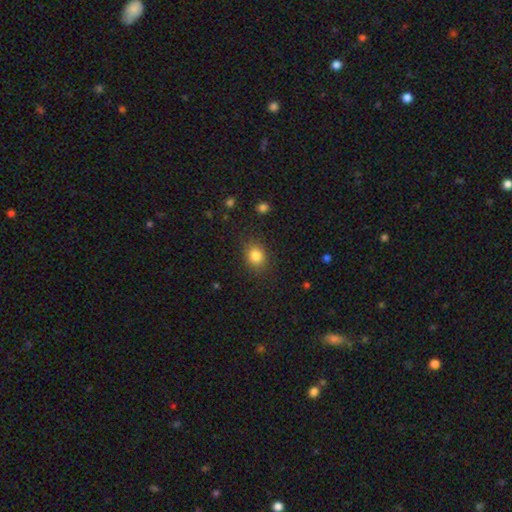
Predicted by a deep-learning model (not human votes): A smooth galaxy with no disk features (84%) that is round (57%).

Vote fractions:
- Smooth or featured? smooth: 84% / star or artifact: 10% / featured or disk: 6%
- How rounded? round: 57% / in between: 42% / cigar-shaped: 1%
- Merging? none: 84% / minor disturbance: 12% / major disturbance: 3% / merger: 1%